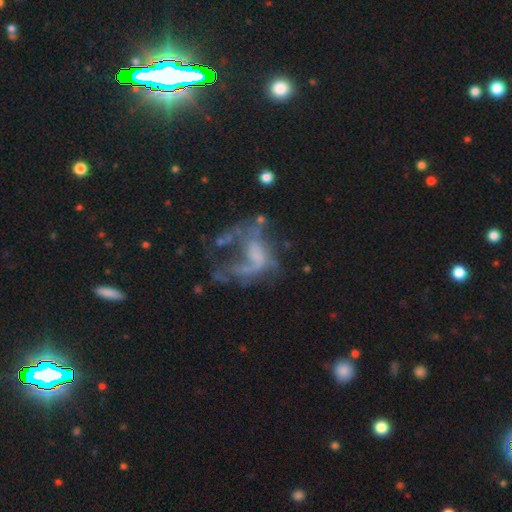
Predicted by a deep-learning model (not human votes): This appears to be a featured or disk galaxy (66%) with no bar (68%), no spiral arms (50%, tied with yes) and no central bulge (52%). Merging: major disturbance (49%).